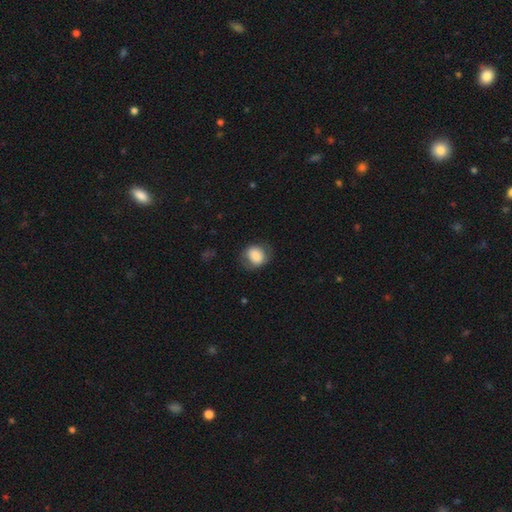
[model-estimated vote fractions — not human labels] smooth 80%, featured or disk 13%, star or artifact 7%. Down the decision tree: how rounded — round (60%); merging — none (71%).